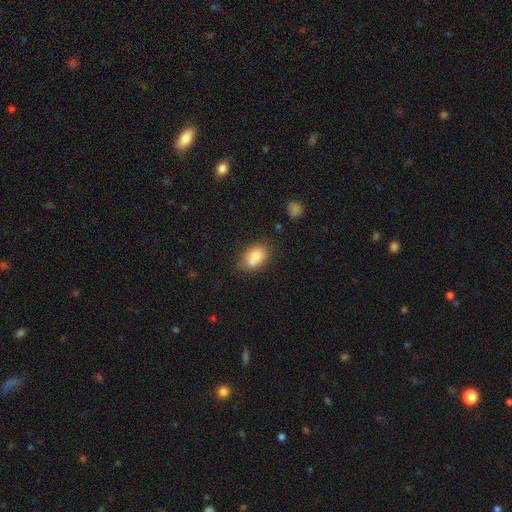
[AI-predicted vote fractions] smooth-or-featured: smooth: 79% | featured or disk: 12% | star or artifact: 9%
  how-rounded: in between: 76% | round: 23% | cigar-shaped: 2%
  merging: none: 49% | merger: 27% | minor disturbance: 19% | major disturbance: 6%